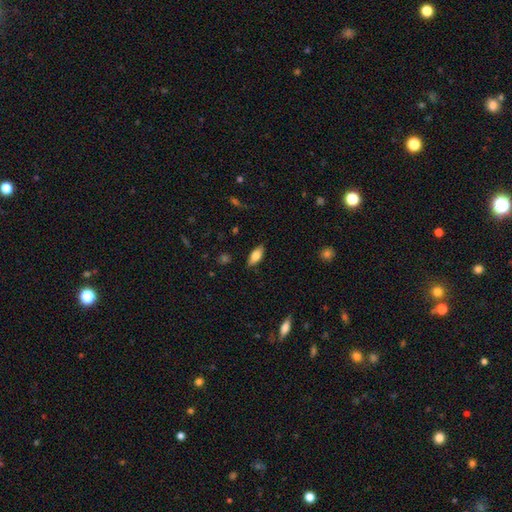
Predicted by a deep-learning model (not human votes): smooth 78%, featured or disk 15%, star or artifact 7%. Down the decision tree: how rounded — in between (85%); merging — none (86%).